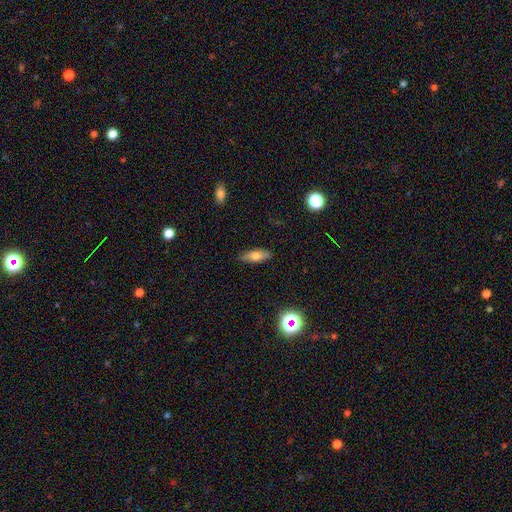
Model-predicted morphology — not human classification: The model was most divided on "how rounded": in between: 65%, cigar-shaped: 32%, round: 3%. More confident: merging — none (87%); smooth or featured — smooth (69%).